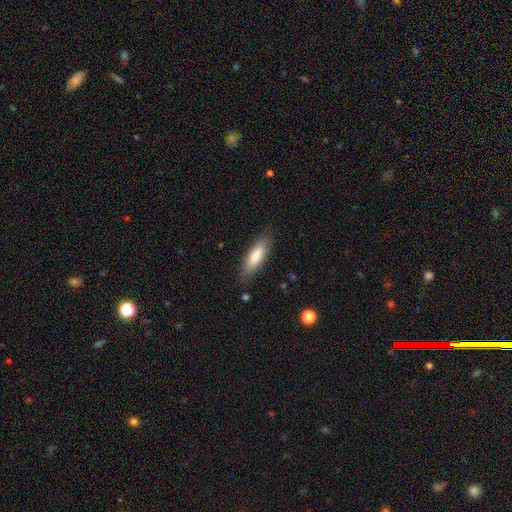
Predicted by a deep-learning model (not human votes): smooth-or-featured: smooth: 78% | featured or disk: 16% | star or artifact: 6%
  how-rounded: cigar-shaped: 53% | in between: 45% | round: 2%
  merging: none: 85% | minor disturbance: 11% | major disturbance: 3% | merger: 1%